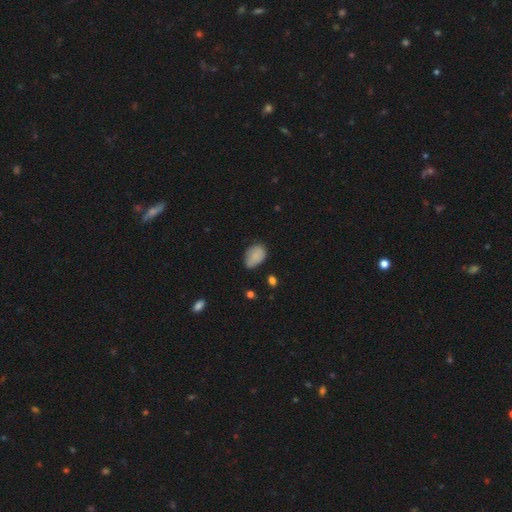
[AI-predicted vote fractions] The model was most divided on "merging": none: 55%, minor disturbance: 35%, major disturbance: 7%, merger: 2%. More confident: smooth or featured — smooth (82%); how rounded — in between (81%).